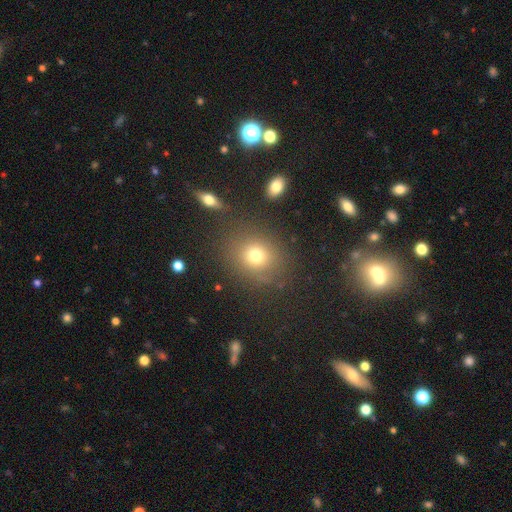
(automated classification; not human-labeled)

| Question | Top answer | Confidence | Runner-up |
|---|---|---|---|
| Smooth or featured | smooth | 73% | star or artifact (17%) |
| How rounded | round | 73% | in between (26%) |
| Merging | none | 80% | minor disturbance (11%) |